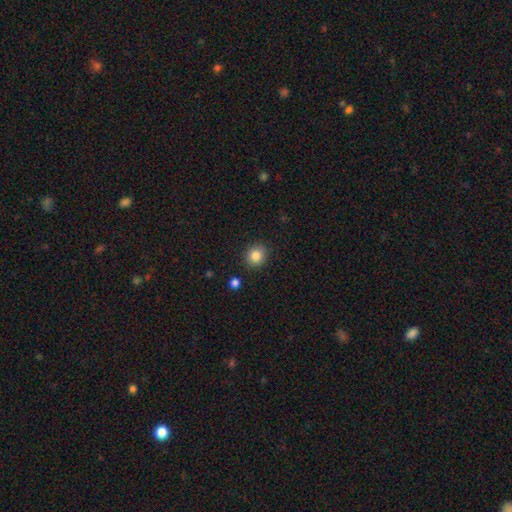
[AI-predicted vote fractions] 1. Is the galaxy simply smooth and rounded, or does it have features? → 86% smooth, 10% star or artifact, 5% featured or disk.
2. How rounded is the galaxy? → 84% round, 15% in between, 1% cigar-shaped.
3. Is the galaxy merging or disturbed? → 89% none, 7% minor disturbance, 2% major disturbance, 2% merger.